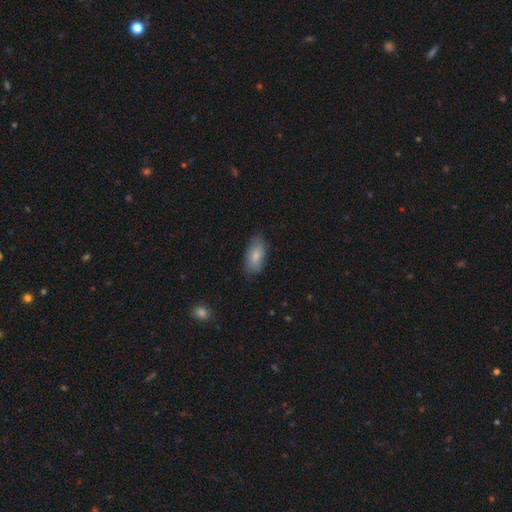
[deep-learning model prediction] Overall: smooth (81%). How rounded: in between (89%). Merging: none (80%).